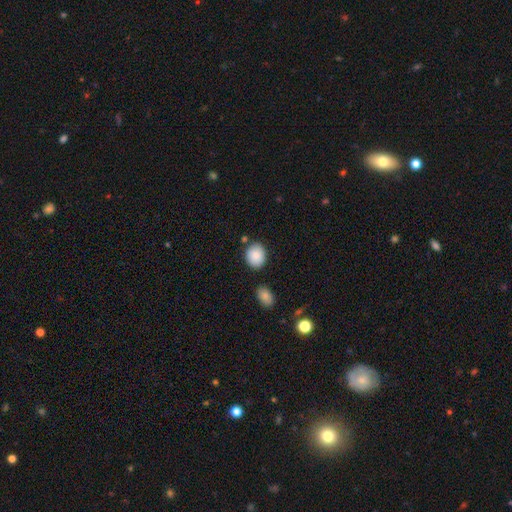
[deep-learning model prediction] smooth_or_featured: smooth (p=0.87) [alt: star or artifact p=0.07]
how_rounded: round (p=0.53) [alt: in between p=0.46]
merging: none (p=0.79) [alt: minor disturbance p=0.13]